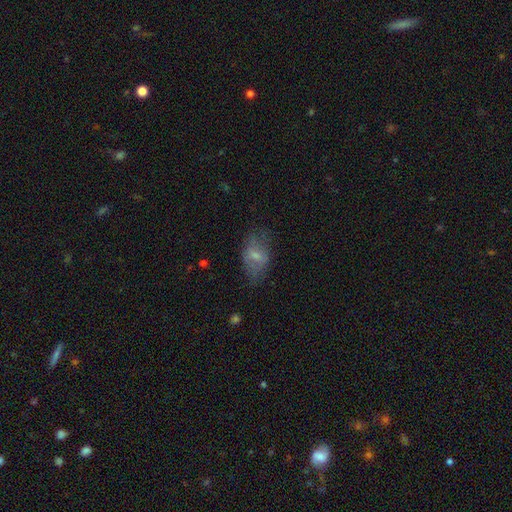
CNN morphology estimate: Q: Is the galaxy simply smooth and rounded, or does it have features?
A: smooth — 56%.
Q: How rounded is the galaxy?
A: in between — 86%.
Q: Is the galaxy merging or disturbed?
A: none — 59%.